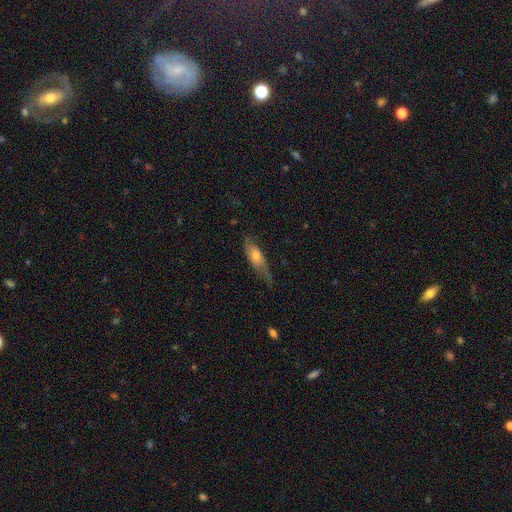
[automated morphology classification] Q: Smooth or featured?
A: smooth (50%); runner-up: featured or disk (43%)
Q: How rounded?
A: in between (49%); runner-up: cigar-shaped (48%)
Q: Merging?
A: none (55%); runner-up: minor disturbance (30%)